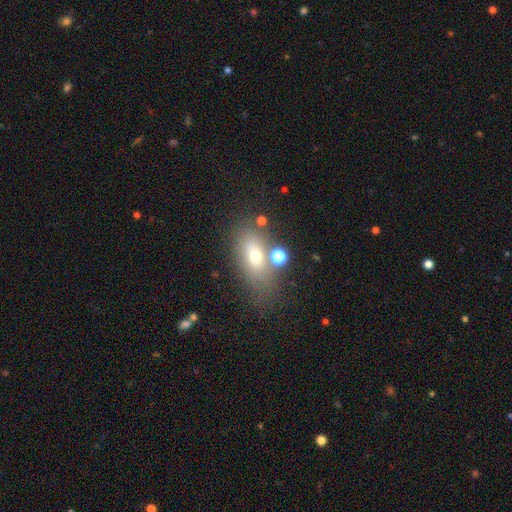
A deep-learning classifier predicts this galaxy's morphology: Smooth or featured: smooth — 64% (featured or disk — 24%)
How rounded: in between — 81% (cigar-shaped — 10%)
Merging: none — 64% (minor disturbance — 16%)